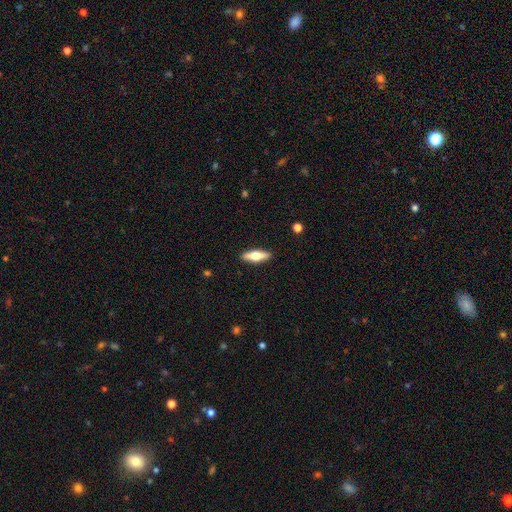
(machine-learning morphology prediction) smooth 54%, featured or disk 40%, star or artifact 6%. Down the decision tree: how rounded — cigar-shaped (54%); merging — none (90%).